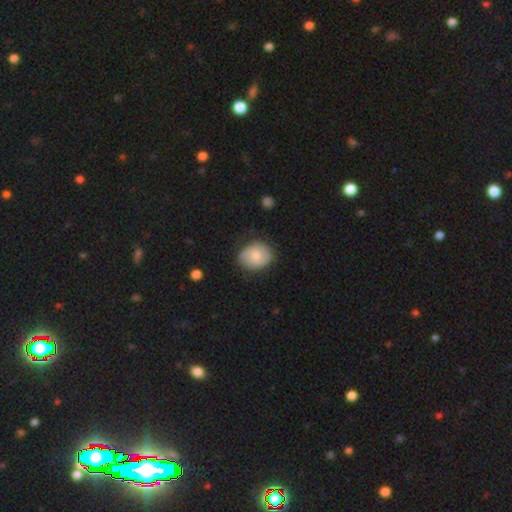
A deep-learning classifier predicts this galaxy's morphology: A smooth galaxy with no disk features (66%) that is round (50%). Merging: none (71%).